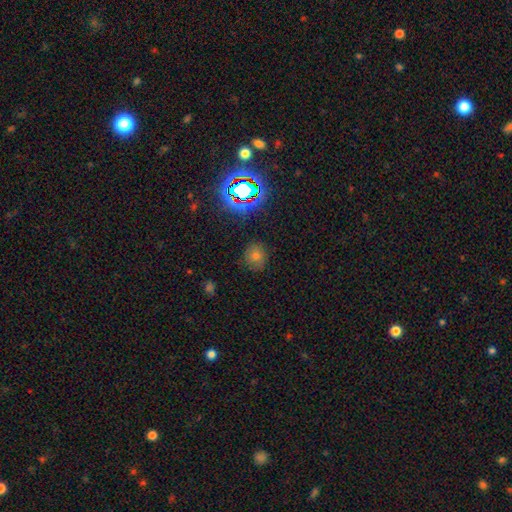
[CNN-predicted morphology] Smooth or featured: smooth — 64% (star or artifact — 26%)
How rounded: round — 79% (in between — 20%)
Merging: none — 82% (minor disturbance — 13%)